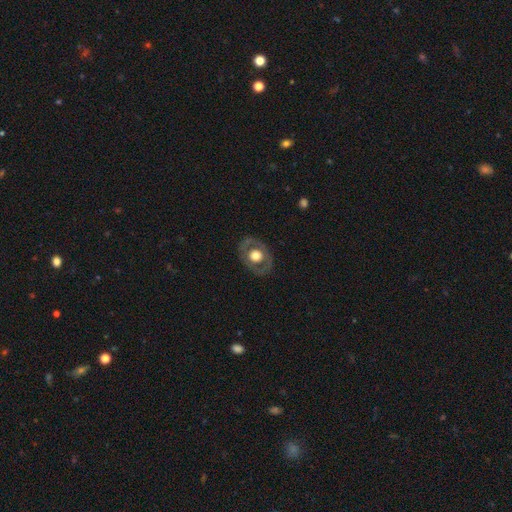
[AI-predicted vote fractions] Smooth or featured?
  - featured or disk: 51% *
  - smooth: 43%
  - star or artifact: 6%
Edge-on disk?
  - no: 92% *
  - yes: 8%
Merging?
  - none: 80% *
  - minor disturbance: 13%
  - major disturbance: 6%
  - merger: 1%